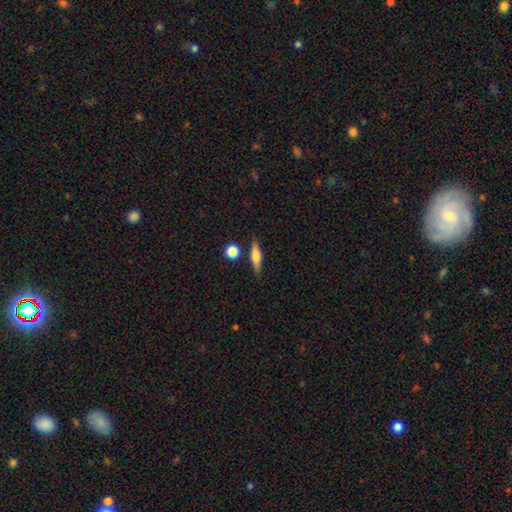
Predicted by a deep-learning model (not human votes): A smooth galaxy with no disk features (58%) that is cigar-shaped (60%).

Vote fractions:
- Smooth or featured? smooth: 58% / featured or disk: 34% / star or artifact: 8%
- How rounded? cigar-shaped: 60% / in between: 34% / round: 6%
- Merging? none: 80% / minor disturbance: 12% / merger: 6% / major disturbance: 3%